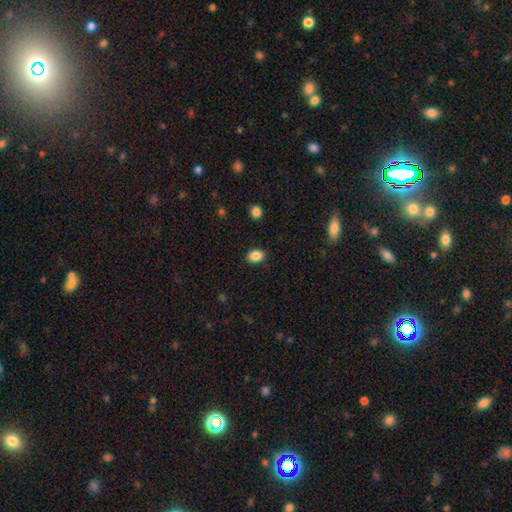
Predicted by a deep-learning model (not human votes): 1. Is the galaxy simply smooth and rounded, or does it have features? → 87% smooth, 9% star or artifact, 4% featured or disk.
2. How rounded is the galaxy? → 68% in between, 31% round, 1% cigar-shaped.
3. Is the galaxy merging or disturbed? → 88% none, 8% minor disturbance, 2% major disturbance, 1% merger.